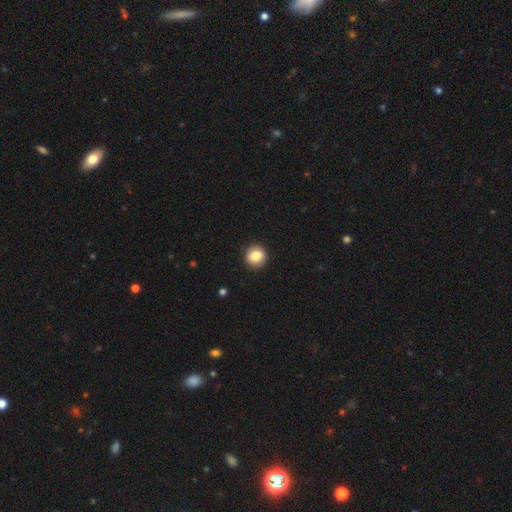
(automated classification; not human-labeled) Overall: smooth (85%). How rounded: round (90%). Merging: none (92%).